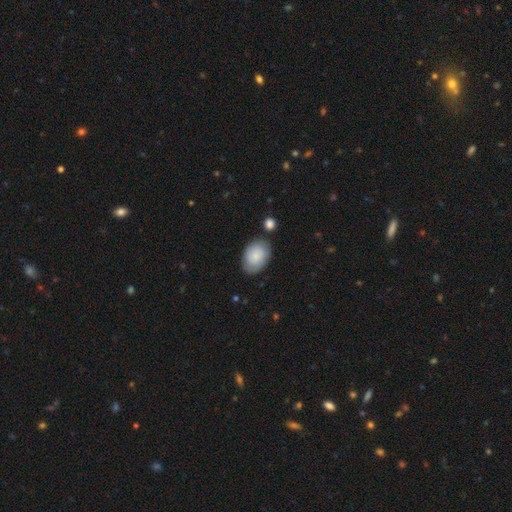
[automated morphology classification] type=smooth (78%); roundness=in between (83%); merging=none (73%).